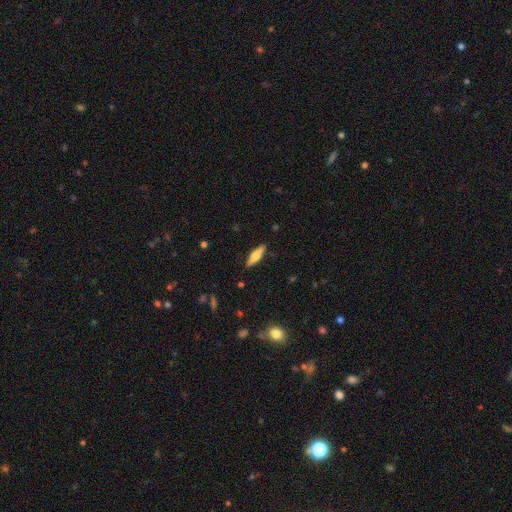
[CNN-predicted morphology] smooth-or-featured: smooth: 55% | featured or disk: 38% | star or artifact: 6%
  how-rounded: cigar-shaped: 66% | in between: 32% | round: 2%
  merging: none: 88% | minor disturbance: 9% | major disturbance: 2% | merger: 1%